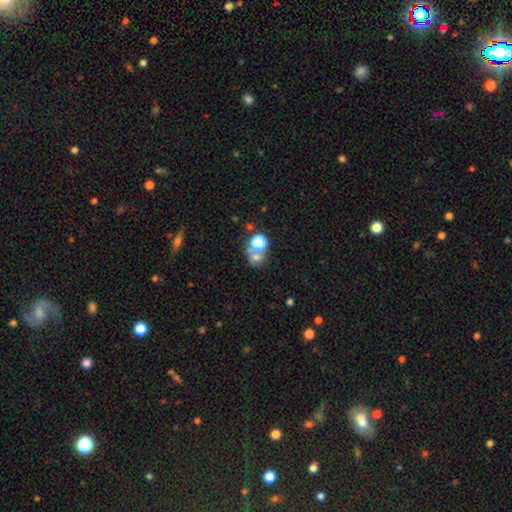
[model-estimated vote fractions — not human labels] A smooth galaxy with no disk features (59%) that is round (66%).

Vote fractions:
- Smooth or featured? smooth: 59% / star or artifact: 24% / featured or disk: 17%
- How rounded? round: 66% / in between: 33% / cigar-shaped: 1%
- Merging? merger: 47% / none: 37% / minor disturbance: 9% / major disturbance: 8%